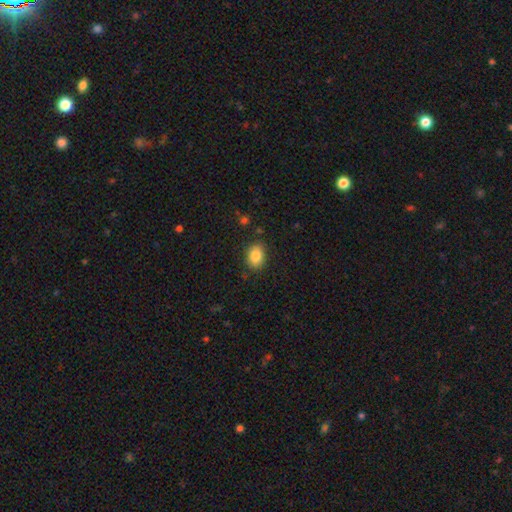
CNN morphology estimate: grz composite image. It shows a smooth galaxy with no disk features (85%) that is in between round and cigar-shaped (75%). Merging: none (85%).